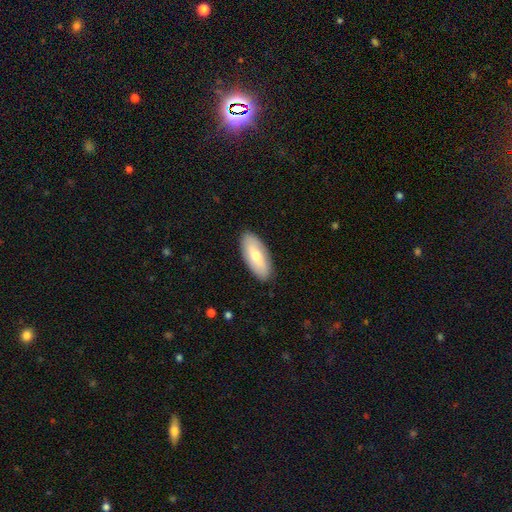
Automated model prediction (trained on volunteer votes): Smooth or featured: smooth — 66% (featured or disk — 27%)
How rounded: in between — 83% (cigar-shaped — 15%)
Merging: none — 89% (minor disturbance — 8%)